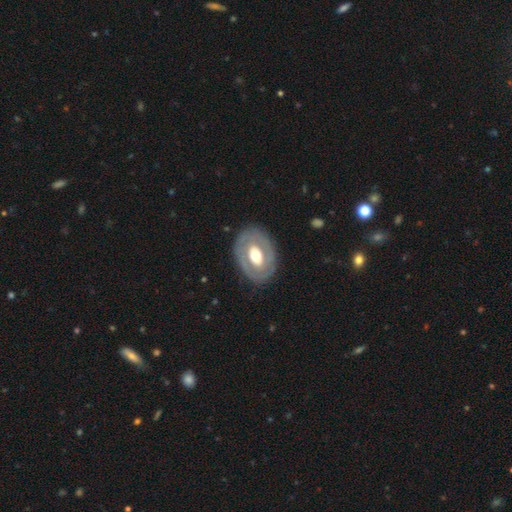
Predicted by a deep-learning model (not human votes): Smooth or featured?
  - featured or disk: 59% *
  - smooth: 36%
  - star or artifact: 5%
Edge-on disk?
  - no: 92% *
  - yes: 8%
Bar?
  - no: 65% *
  - weak: 22%
  - strong: 13%
Spiral arms?
  - no: 84% *
  - yes: 16%
Bulge size?
  - moderate: 64% *
  - large: 25%
  - small: 8%
  - dominant: 2%
  - none: 1%
Merging?
  - none: 82% *
  - minor disturbance: 12%
  - major disturbance: 5%
  - merger: 1%